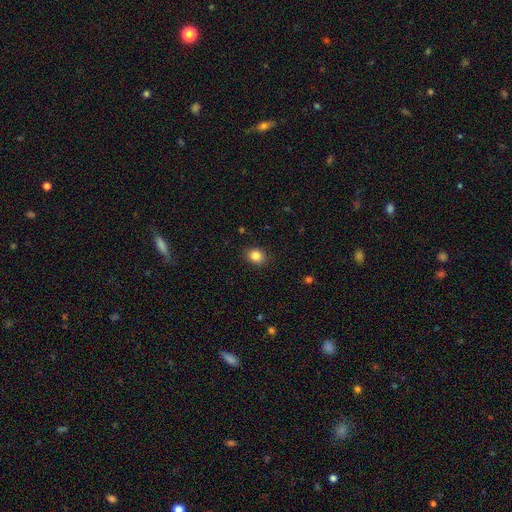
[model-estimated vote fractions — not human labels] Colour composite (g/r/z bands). It shows a smooth galaxy with no disk features (85%) that is round (63%). Merging: none (88%).